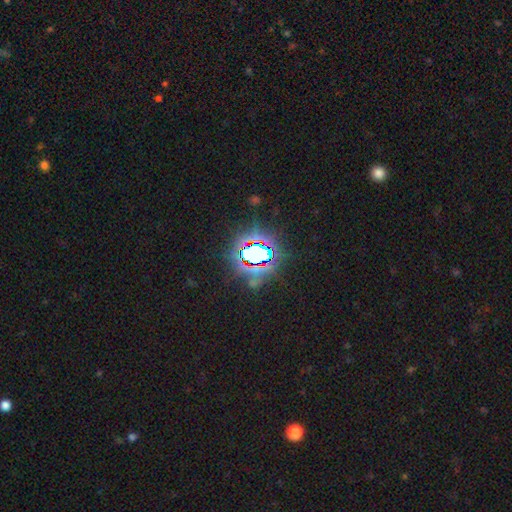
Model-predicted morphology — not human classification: A star or artifact, not a galaxy (72%).